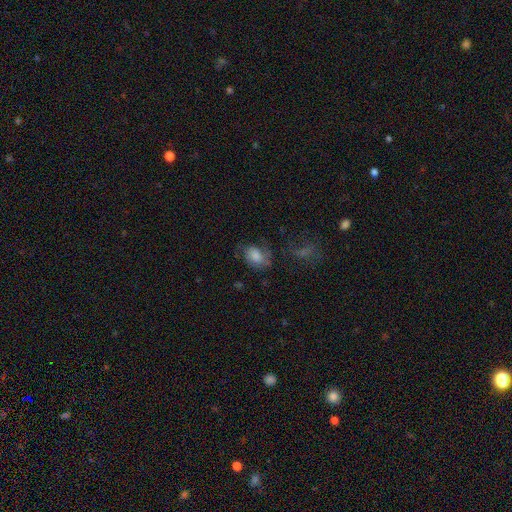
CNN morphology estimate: smooth_or_featured: smooth (p=0.68) [alt: featured or disk p=0.22]
how_rounded: in between (p=0.72) [alt: round p=0.27]
merging: none (p=0.46) [alt: minor disturbance p=0.27]